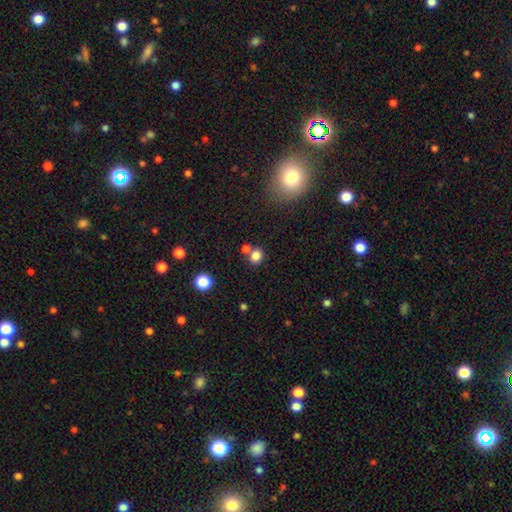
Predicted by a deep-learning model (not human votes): The model was most divided on "how rounded": round: 62%, in between: 37%, cigar-shaped: 1%. More confident: smooth or featured — smooth (81%); merging — none (60%).